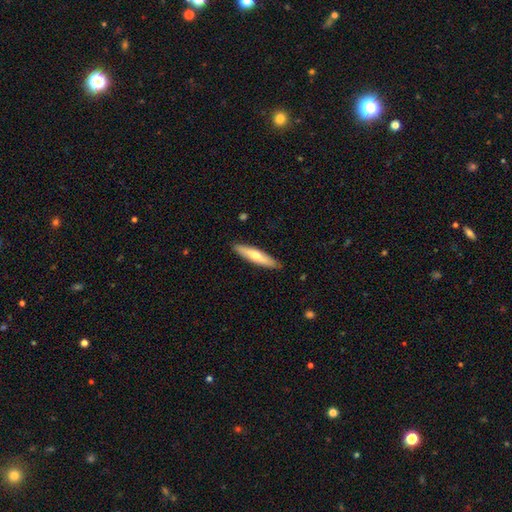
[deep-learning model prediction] The model was most divided on "smooth or featured": smooth: 58%, featured or disk: 37%, star or artifact: 5%. More confident: merging — none (88%); how rounded — cigar-shaped (81%).